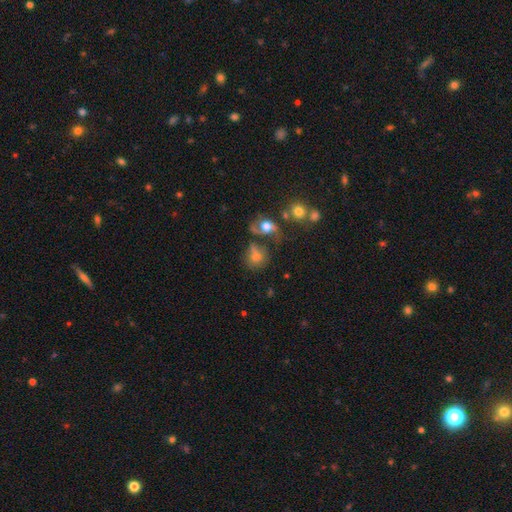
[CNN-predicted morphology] A smooth galaxy with no disk features (52%) that is round (61%).

Vote fractions:
- Smooth or featured? smooth: 52% / featured or disk: 26% / star or artifact: 22%
- How rounded? round: 61% / in between: 37% / cigar-shaped: 2%
- Merging? none: 42% / merger: 20% / major disturbance: 20% / minor disturbance: 18%